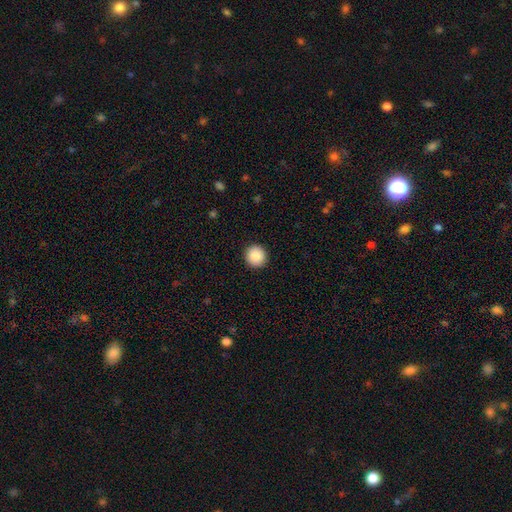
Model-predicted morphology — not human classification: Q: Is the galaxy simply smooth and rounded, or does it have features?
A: smooth — 89%.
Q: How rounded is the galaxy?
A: round — 95%.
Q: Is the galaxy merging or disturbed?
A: none — 93%.